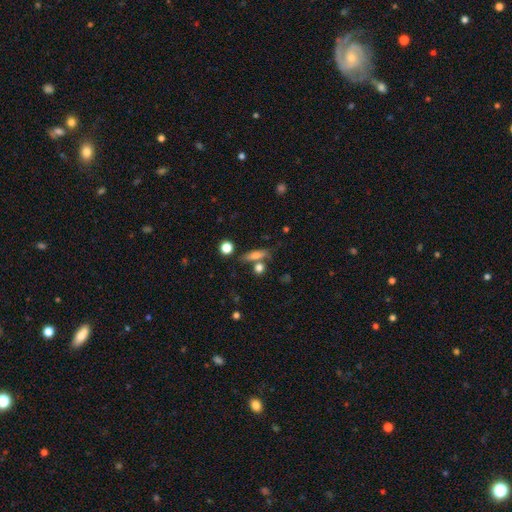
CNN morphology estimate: The model was most divided on "how rounded": cigar-shaped: 55%, in between: 38%, round: 8%. More confident: smooth or featured — smooth (67%); merging — none (66%).